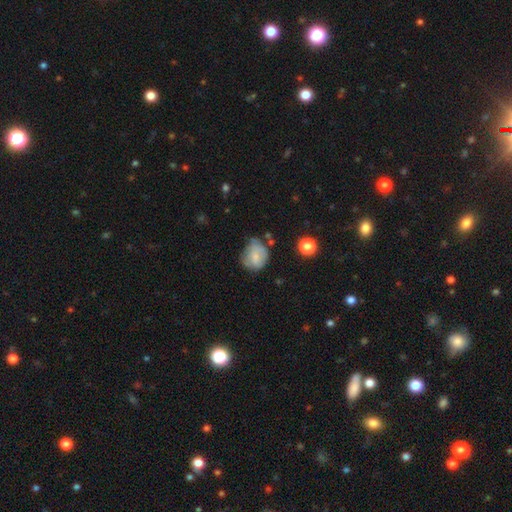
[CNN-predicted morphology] Q: Smooth or featured?
A: smooth (70%); runner-up: featured or disk (21%)
Q: How rounded?
A: round (57%); runner-up: in between (42%)
Q: Merging?
A: none (42%); runner-up: minor disturbance (37%)